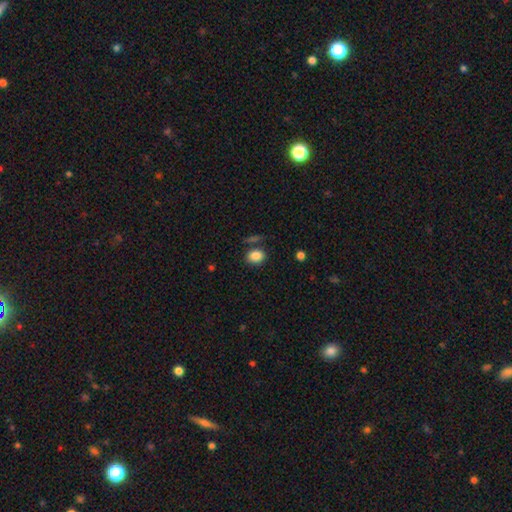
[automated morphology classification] type=smooth (86%); roundness=in between (55%); merging=none (74%).